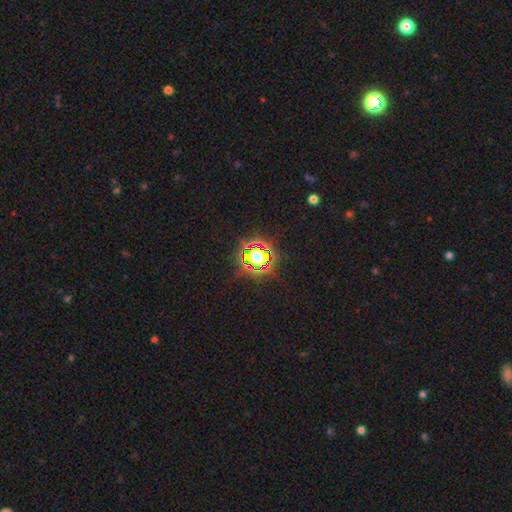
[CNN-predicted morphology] smooth_or_featured: star or artifact (p=0.63) [alt: smooth p=0.25]